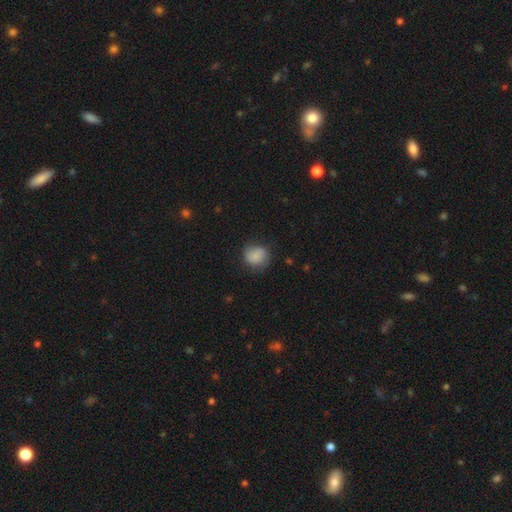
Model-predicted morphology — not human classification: Smooth or featured? Predicted: smooth (p=0.82). How rounded? Predicted: round (p=0.78). Merging? Predicted: none (p=0.73).